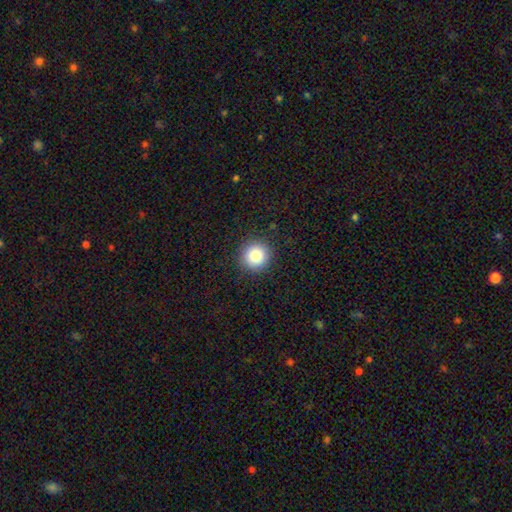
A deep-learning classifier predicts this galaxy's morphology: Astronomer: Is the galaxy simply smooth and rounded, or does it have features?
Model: smooth — 84%.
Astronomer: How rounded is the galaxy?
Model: round — 94%.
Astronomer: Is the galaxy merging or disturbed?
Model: none — 91%.